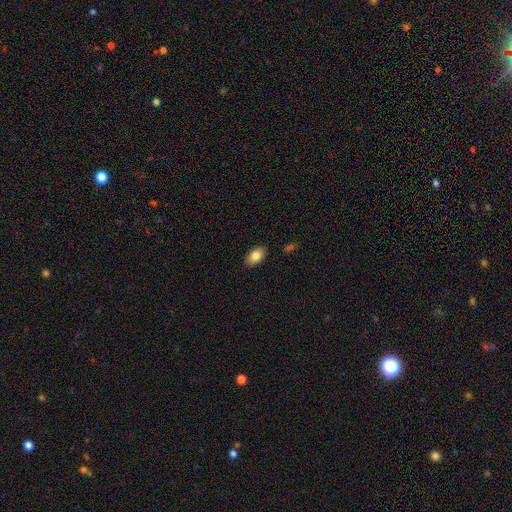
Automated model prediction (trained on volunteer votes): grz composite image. It shows a smooth galaxy with no disk features (83%) that is in between round and cigar-shaped (93%). Merging: none (88%).